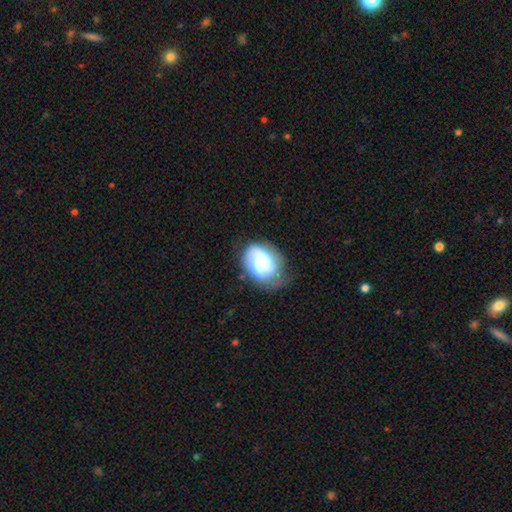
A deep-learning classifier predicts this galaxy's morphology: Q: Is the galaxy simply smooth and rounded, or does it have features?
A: smooth — 56%.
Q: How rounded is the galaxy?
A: in between — 66%.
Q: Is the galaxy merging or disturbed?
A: none — 44%.